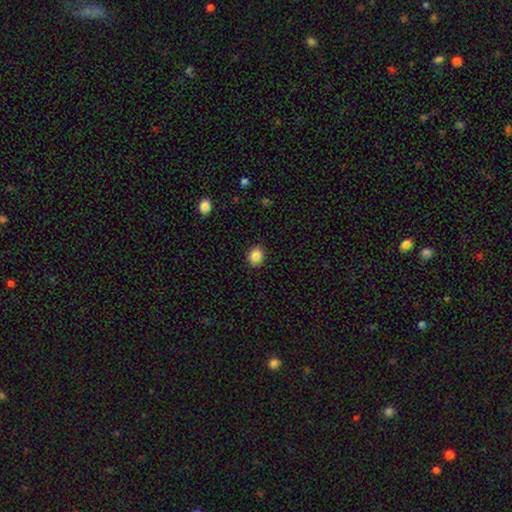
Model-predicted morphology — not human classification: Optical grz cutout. It shows a smooth galaxy with no disk features (87%) that is in between round and cigar-shaped (51%). Merging: none (90%).